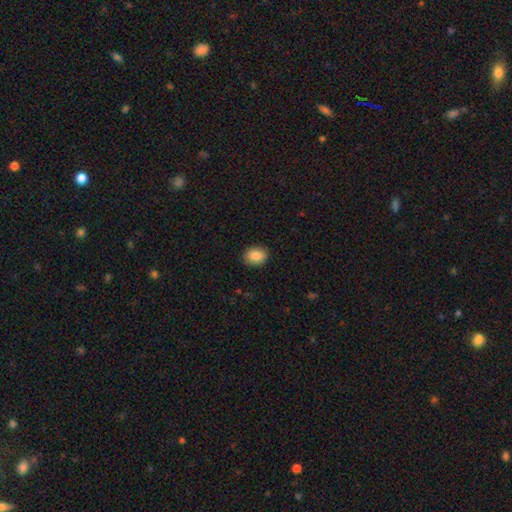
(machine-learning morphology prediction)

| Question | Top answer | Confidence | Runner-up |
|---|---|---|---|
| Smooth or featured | smooth | 87% | star or artifact (8%) |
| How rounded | in between | 56% | round (43%) |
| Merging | none | 89% | minor disturbance (8%) |